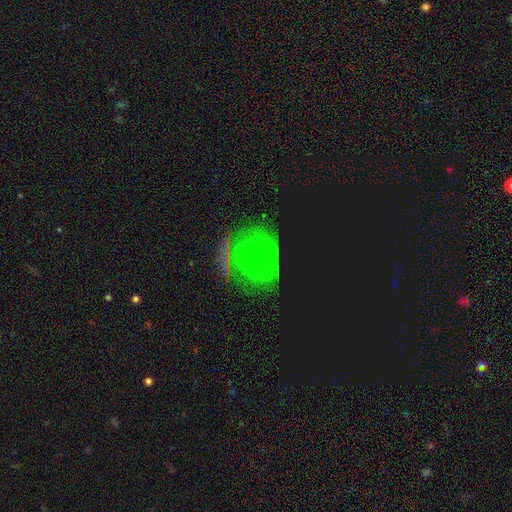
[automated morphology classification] A featured or disk galaxy (43%).

Vote fractions:
- Smooth or featured? featured or disk: 43% / star or artifact: 33% / smooth: 24%
- Merging? none: 61% / minor disturbance: 19% / major disturbance: 12% / merger: 8%